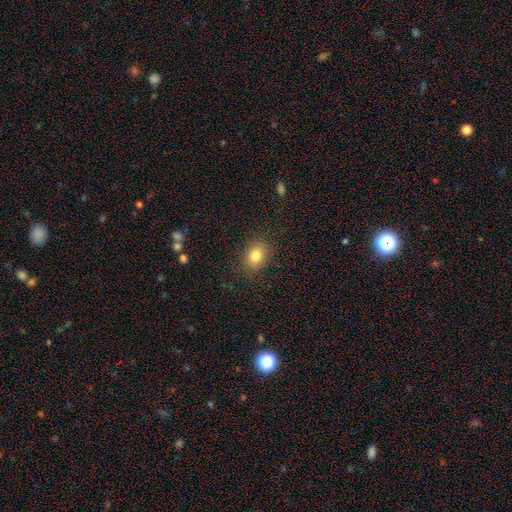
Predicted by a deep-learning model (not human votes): This is clearly a smooth galaxy (82%). How rounded: possibly in between (56%). Merging: clearly none (86%).